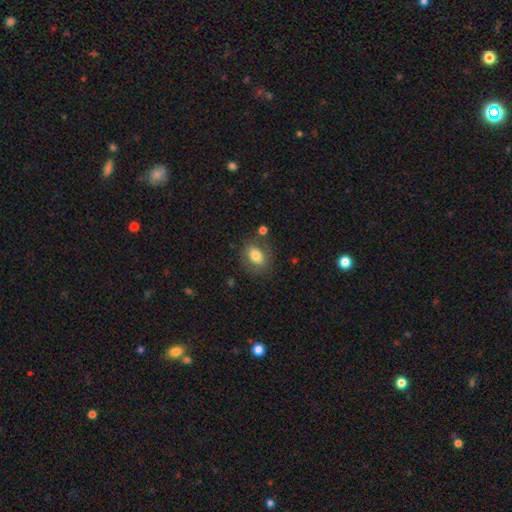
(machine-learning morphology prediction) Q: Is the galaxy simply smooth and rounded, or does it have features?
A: smooth — 76%.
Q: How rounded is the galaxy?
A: in between — 72%.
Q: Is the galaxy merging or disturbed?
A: none — 73%.